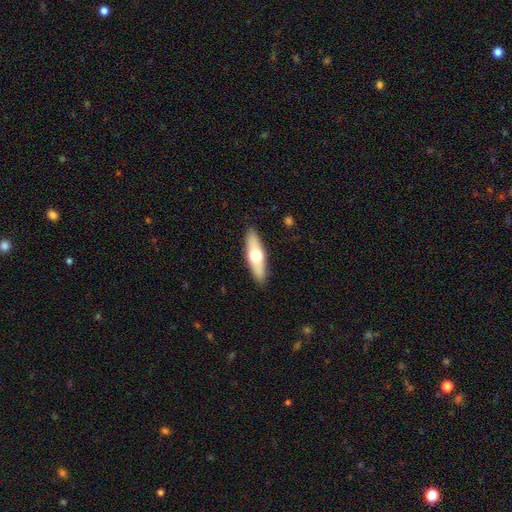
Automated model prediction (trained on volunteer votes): A smooth galaxy with no disk features (55%) that is cigar-shaped (56%). Merging: none (89%).